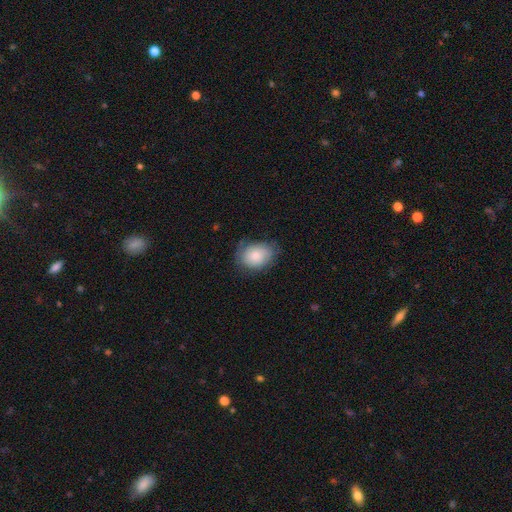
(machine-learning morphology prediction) The model was most divided on "how rounded": in between: 66%, round: 33%, cigar-shaped: 1%. More confident: smooth or featured — smooth (76%); merging — none (68%).